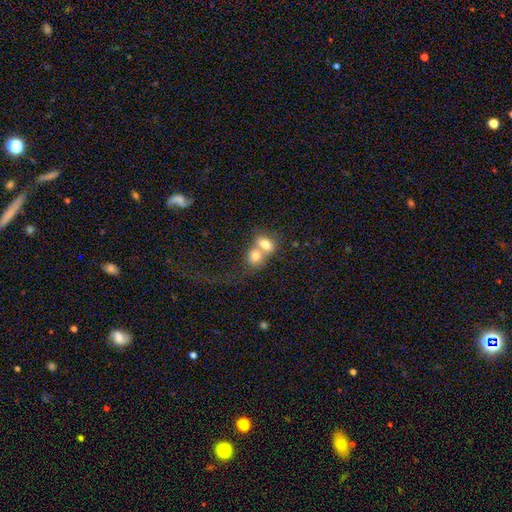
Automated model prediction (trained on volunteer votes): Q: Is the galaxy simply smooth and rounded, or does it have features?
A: smooth — 73%.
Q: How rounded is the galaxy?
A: in between — 57%.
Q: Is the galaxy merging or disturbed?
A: merger — 71%.